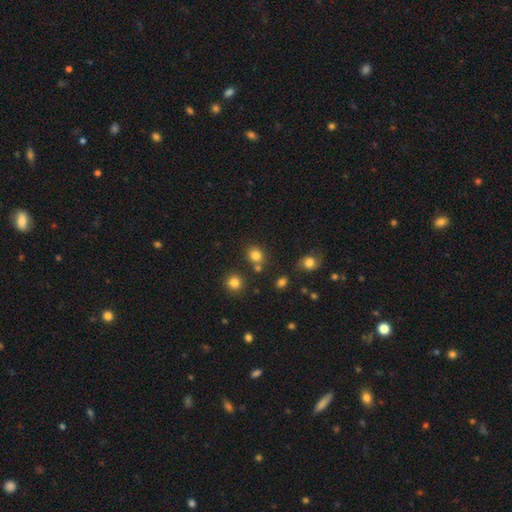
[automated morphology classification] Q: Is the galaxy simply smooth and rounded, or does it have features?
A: smooth — 81%.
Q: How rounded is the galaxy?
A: round — 72%.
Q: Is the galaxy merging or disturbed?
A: none — 75%.